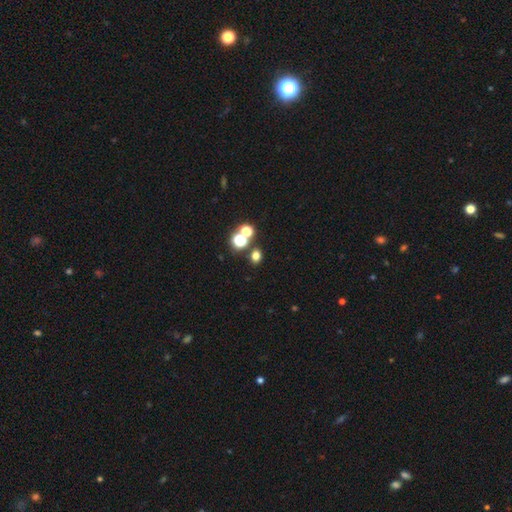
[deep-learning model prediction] A smooth galaxy with no disk features (69%) that is round (59%).

Vote fractions:
- Smooth or featured? smooth: 69% / star or artifact: 24% / featured or disk: 8%
- How rounded? round: 59% / in between: 39% / cigar-shaped: 1%
- Merging? none: 71% / merger: 17% / minor disturbance: 8% / major disturbance: 4%